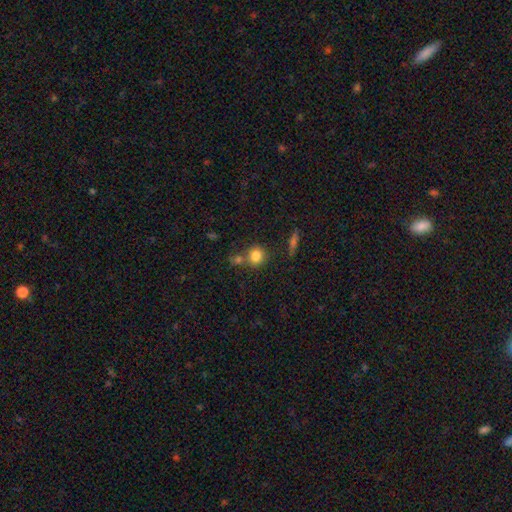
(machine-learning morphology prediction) This appears to be a smooth galaxy with no disk features (81%) that is round (80%). Merging: none (61%).